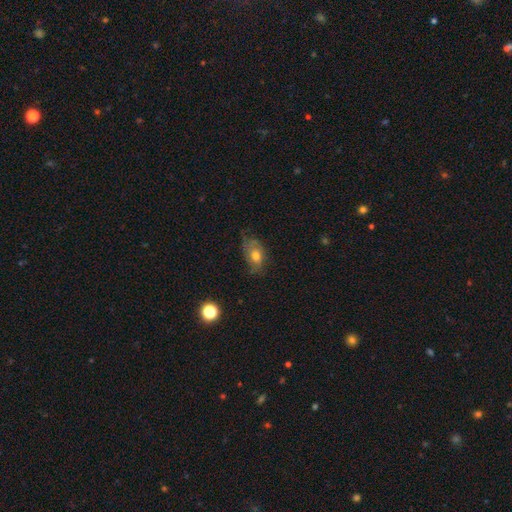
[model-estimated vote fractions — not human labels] smooth 61%, featured or disk 28%, star or artifact 10%. Down the decision tree: how rounded — in between (82%); merging — none (55%).